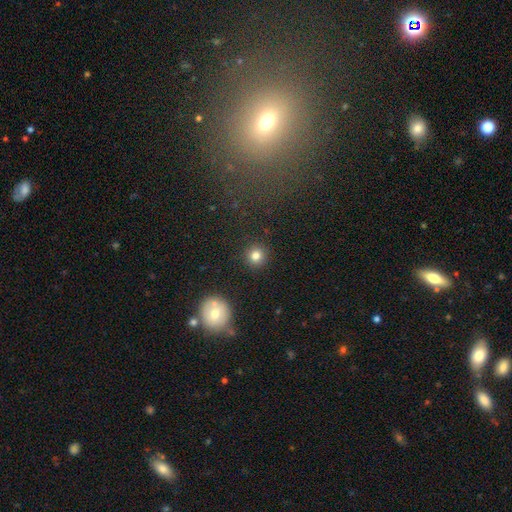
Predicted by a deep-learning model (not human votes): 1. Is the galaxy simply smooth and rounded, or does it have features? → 81% smooth, 12% star or artifact, 7% featured or disk.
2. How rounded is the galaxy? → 94% round, 5% in between, 1% cigar-shaped.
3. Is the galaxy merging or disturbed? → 91% none, 5% minor disturbance, 2% major disturbance, 2% merger.